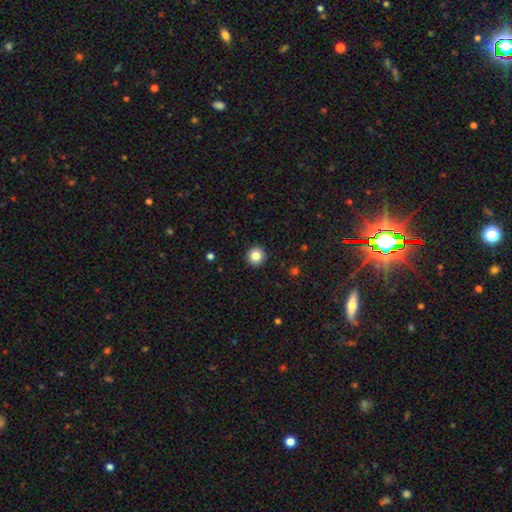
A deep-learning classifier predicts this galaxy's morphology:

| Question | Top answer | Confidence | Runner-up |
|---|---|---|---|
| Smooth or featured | smooth | 84% | star or artifact (10%) |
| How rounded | round | 95% | in between (4%) |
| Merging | none | 94% | minor disturbance (4%) |